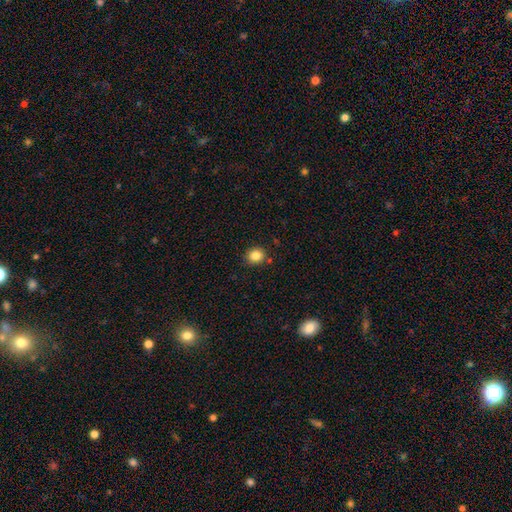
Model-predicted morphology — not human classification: smooth 85%, star or artifact 11%, featured or disk 5%. Down the decision tree: how rounded — round (80%); merging — none (86%).